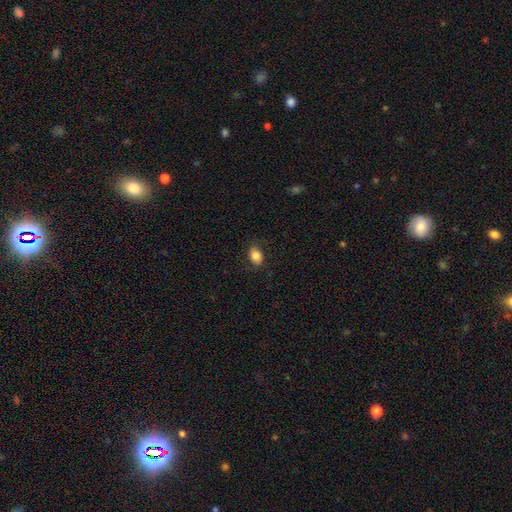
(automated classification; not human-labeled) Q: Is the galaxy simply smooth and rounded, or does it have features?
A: smooth — 84%.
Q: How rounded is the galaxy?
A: in between — 79%.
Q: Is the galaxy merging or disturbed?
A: none — 81%.